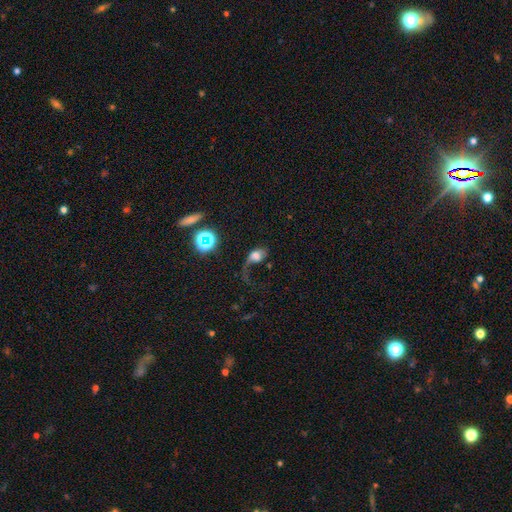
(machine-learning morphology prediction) smooth 51%, featured or disk 34%, star or artifact 15%. Down the decision tree: how rounded — in between (66%); merging — major disturbance (56%).